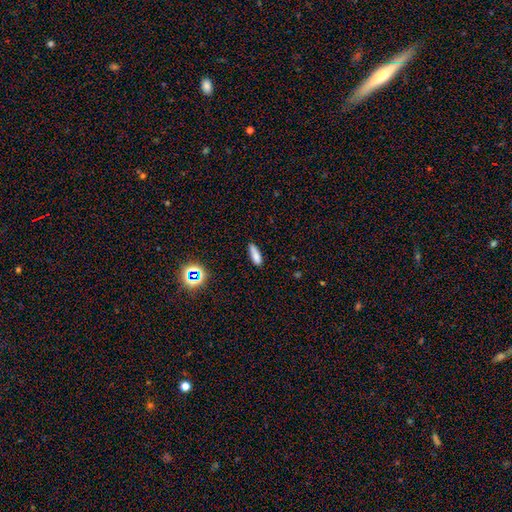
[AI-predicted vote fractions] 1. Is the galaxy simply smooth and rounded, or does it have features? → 79% smooth, 12% star or artifact, 10% featured or disk.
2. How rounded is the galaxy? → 53% in between, 44% cigar-shaped, 3% round.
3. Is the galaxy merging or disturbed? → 70% none, 20% minor disturbance, 5% major disturbance, 5% merger.